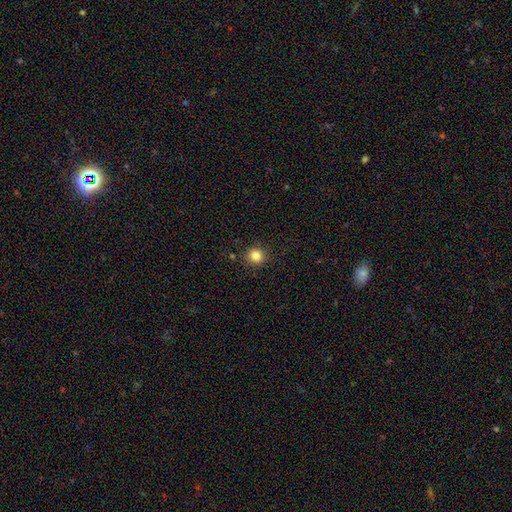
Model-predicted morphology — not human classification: Smooth or featured? smooth (84%)
How rounded? round (91%)
Merging? none (89%)